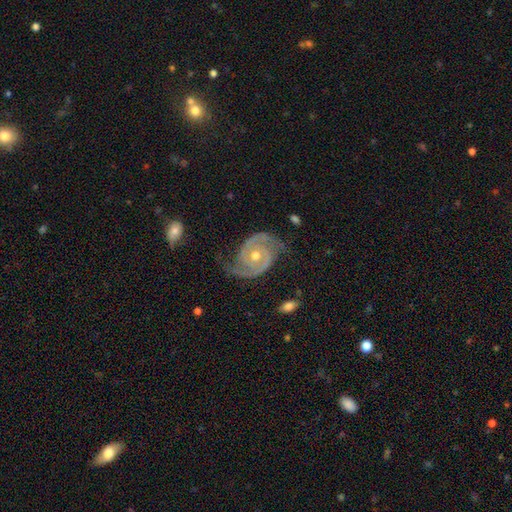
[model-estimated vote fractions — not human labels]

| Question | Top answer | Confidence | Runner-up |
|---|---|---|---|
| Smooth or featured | featured or disk | 93% | star or artifact (4%) |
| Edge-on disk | no | 98% | yes (2%) |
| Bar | no | 73% | weak (20%) |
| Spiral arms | yes | 98% | no (2%) |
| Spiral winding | tight | 53% | medium (40%) |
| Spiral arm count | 2 | 92% | 3 (3%) |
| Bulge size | moderate | 67% | small (29%) |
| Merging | none | 77% | minor disturbance (17%) |